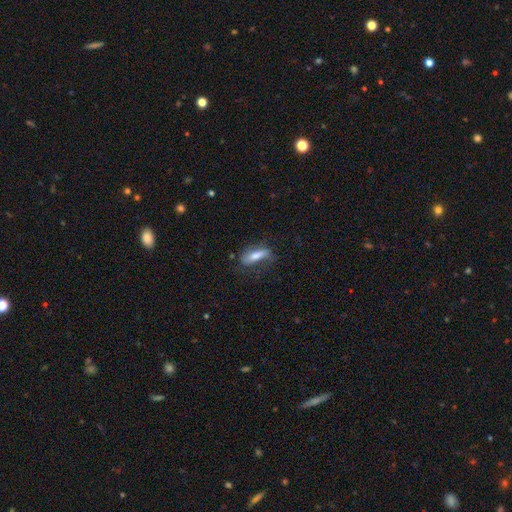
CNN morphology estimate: This is possibly a smooth galaxy (59%). How rounded: possibly cigar-shaped (51%). Merging: likely none (60%).